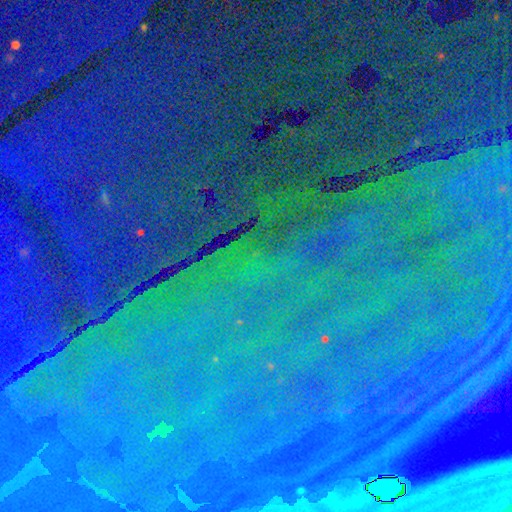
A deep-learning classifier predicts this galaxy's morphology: Smooth or featured? star or artifact (86%)